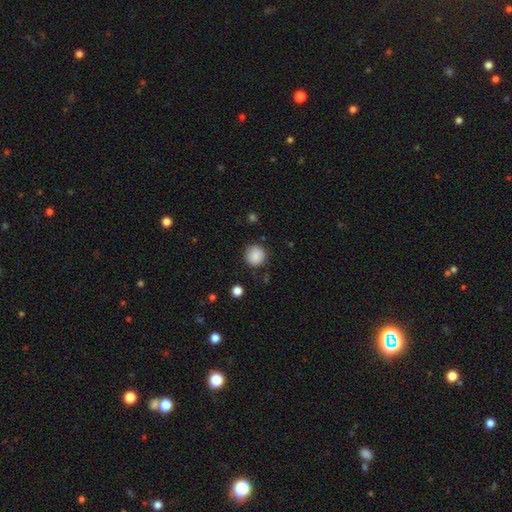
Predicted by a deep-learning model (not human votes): A smooth galaxy with no disk features (88%) that is round (93%).

Vote fractions:
- Smooth or featured? smooth: 88% / star or artifact: 9% / featured or disk: 4%
- How rounded? round: 93% / in between: 6% / cigar-shaped: 1%
- Merging? none: 86% / minor disturbance: 10% / major disturbance: 3% / merger: 2%